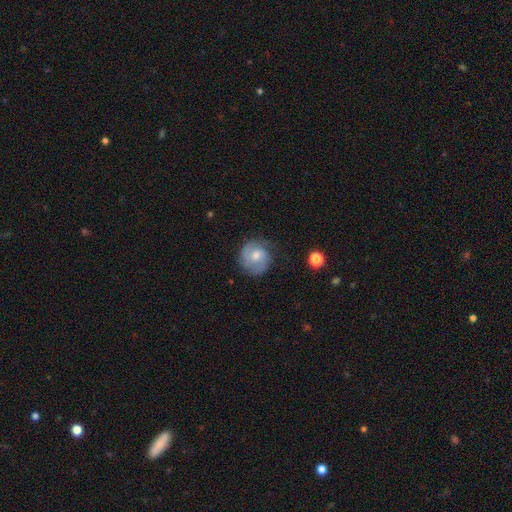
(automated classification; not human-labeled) Morphology: type=featured or disk (60%); edge-on=no (98%); bar=no (56%); spiral arms=yes (89%); winding=medium (43%); arm count=2 (73%); bulge=moderate (63%); merging=none (73%).